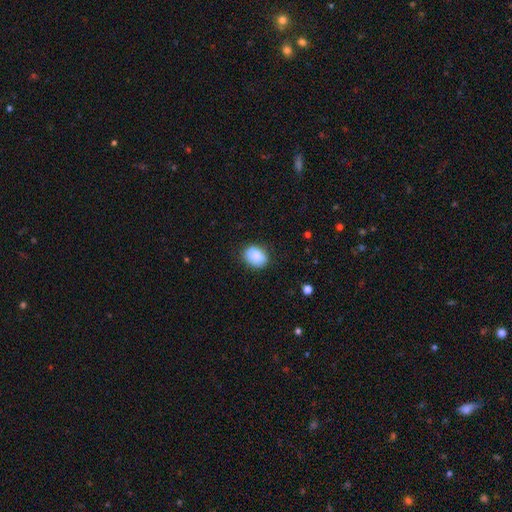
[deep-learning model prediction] smooth_or_featured: smooth (p=0.83) [alt: featured or disk p=0.09]
how_rounded: in between (p=0.59) [alt: round p=0.40]
merging: none (p=0.83) [alt: minor disturbance p=0.13]